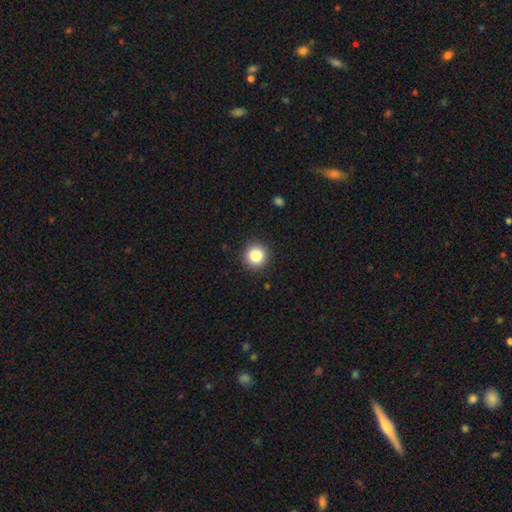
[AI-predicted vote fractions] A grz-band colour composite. It shows a smooth galaxy with no disk features (84%) that is round (95%). Merging: none (92%).